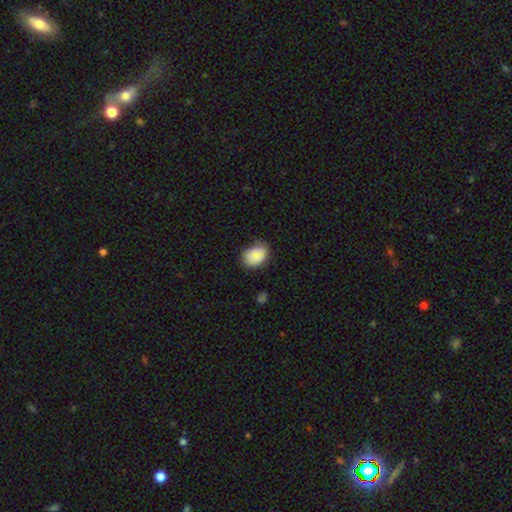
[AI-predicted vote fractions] Morphology: type=smooth (82%); roundness=in between (70%); merging=none (66%).